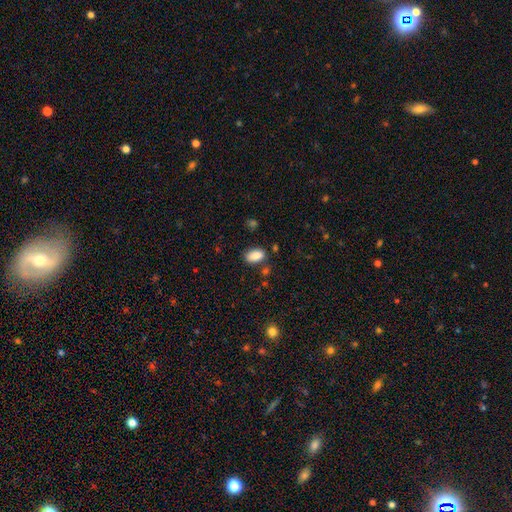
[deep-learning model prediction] Smooth or featured: smooth — 88% (star or artifact — 8%)
How rounded: in between — 91% (round — 6%)
Merging: none — 77% (minor disturbance — 15%)